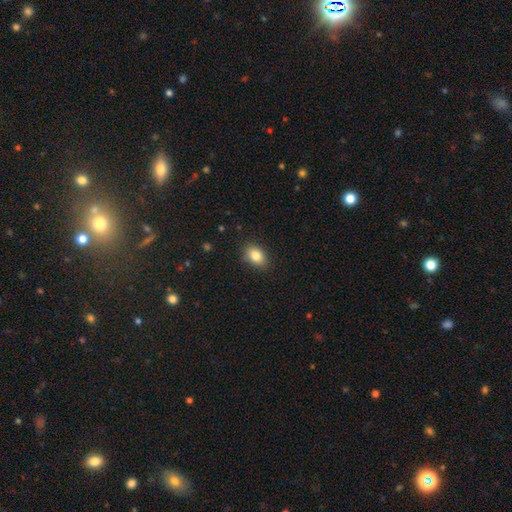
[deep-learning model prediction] Smooth or featured: smooth — 84% (star or artifact — 9%)
How rounded: in between — 79% (round — 20%)
Merging: none — 86% (minor disturbance — 11%)